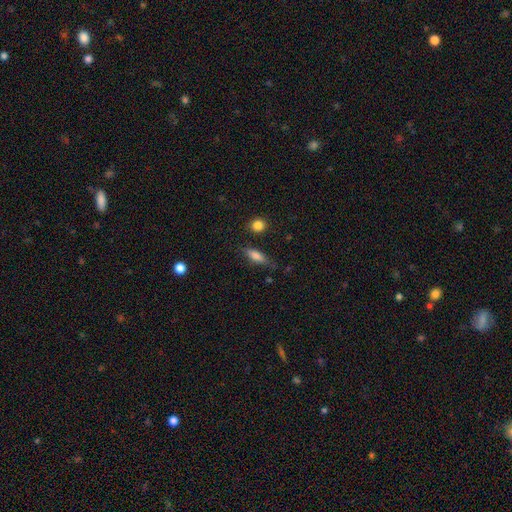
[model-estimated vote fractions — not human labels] Overall: smooth (76%). How rounded: in between (57%; cigar-shaped 39%). Merging: none (69%).